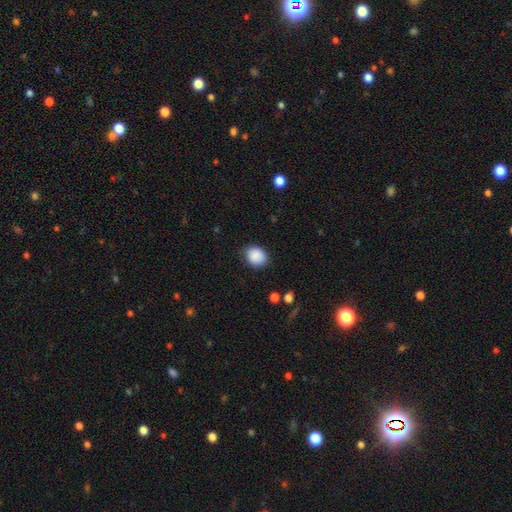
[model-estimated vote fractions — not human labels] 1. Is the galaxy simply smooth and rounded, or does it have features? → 89% smooth, 8% star or artifact, 4% featured or disk.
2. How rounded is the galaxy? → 56% round, 43% in between, 1% cigar-shaped.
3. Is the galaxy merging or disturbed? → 84% none, 12% minor disturbance, 3% major disturbance, 1% merger.